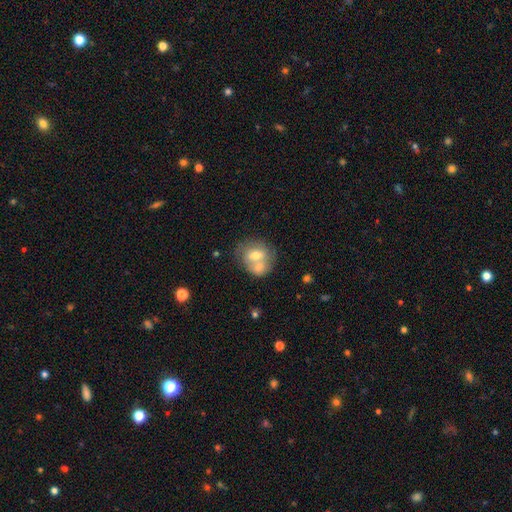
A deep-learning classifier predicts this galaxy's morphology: Smooth or featured?
  - smooth: 58% *
  - featured or disk: 35%
  - star or artifact: 7%
How rounded?
  - round: 66% *
  - in between: 33%
  - cigar-shaped: 1%
Merging?
  - merger: 58% *
  - none: 28%
  - minor disturbance: 9%
  - major disturbance: 4%